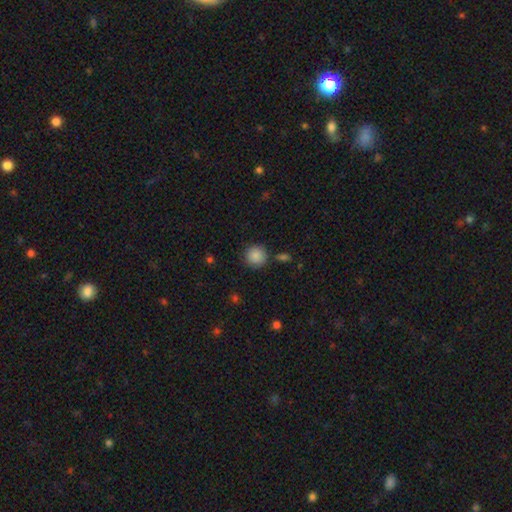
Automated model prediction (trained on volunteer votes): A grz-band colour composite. It shows a smooth galaxy with no disk features (87%) that is round (93%). Merging: none (85%).